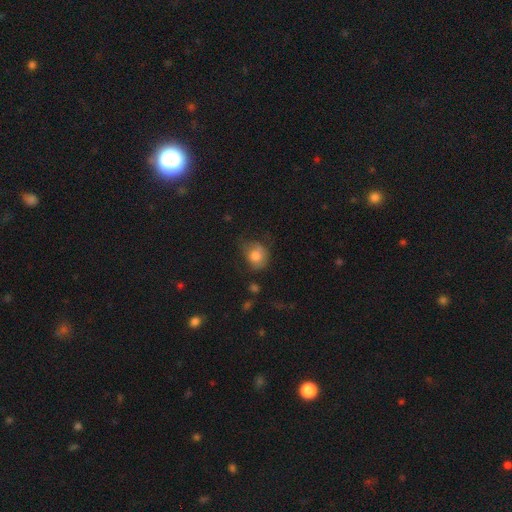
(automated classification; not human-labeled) smooth-or-featured: smooth: 77% | featured or disk: 13% | star or artifact: 10%
  how-rounded: round: 59% | in between: 40% | cigar-shaped: 1%
  merging: none: 48% | minor disturbance: 32% | major disturbance: 17% | merger: 3%